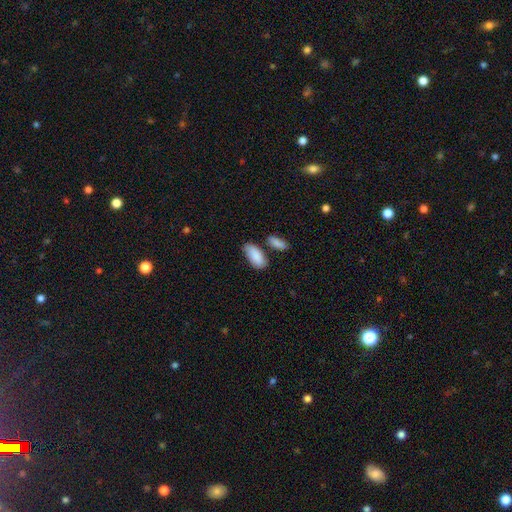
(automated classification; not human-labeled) Smooth or featured?
  - smooth: 88% *
  - featured or disk: 6%
  - star or artifact: 6%
How rounded?
  - in between: 91% *
  - cigar-shaped: 7%
  - round: 2%
Merging?
  - none: 65% *
  - minor disturbance: 18%
  - merger: 13%
  - major disturbance: 4%